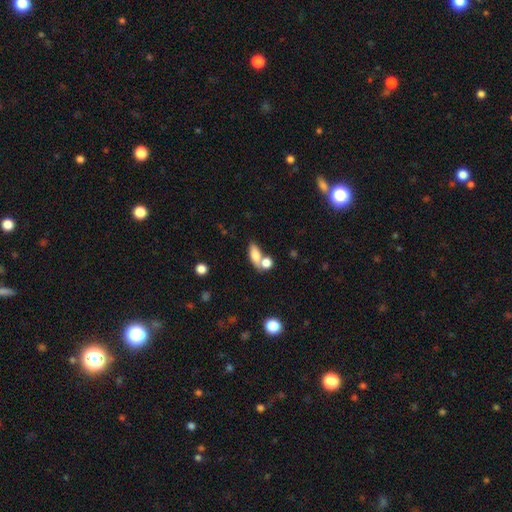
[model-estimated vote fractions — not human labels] A smooth galaxy with no disk features (77%) that is in between round and cigar-shaped (74%). Merging: merger (43%).